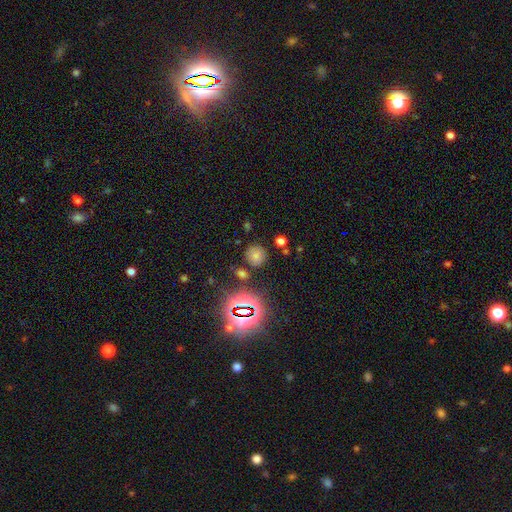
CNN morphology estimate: Smooth or featured? Predicted: smooth (p=0.67). How rounded? Predicted: round (p=0.89). Merging? Predicted: none (p=0.80).